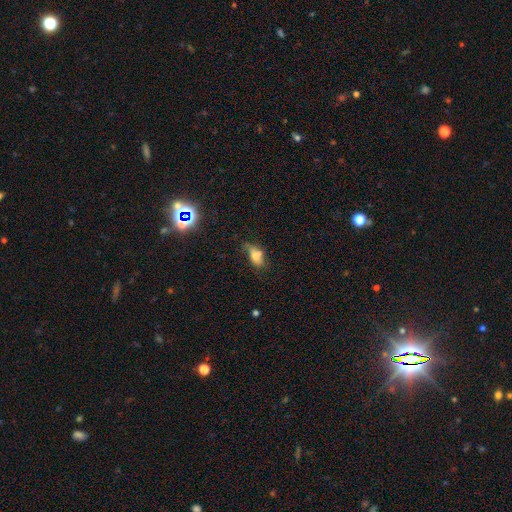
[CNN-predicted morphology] smooth_or_featured: smooth (p=0.60) [alt: featured or disk p=0.25]
how_rounded: in between (p=0.81) [alt: round p=0.10]
merging: minor disturbance (p=0.31) [alt: none p=0.29]